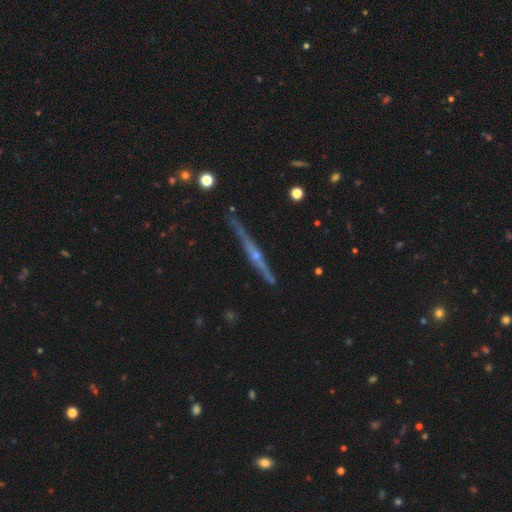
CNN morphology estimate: This appears to be a featured or disk galaxy (79%) viewed edge-on (97%) with a rounded central bulge (71%). Merging: none (83%).